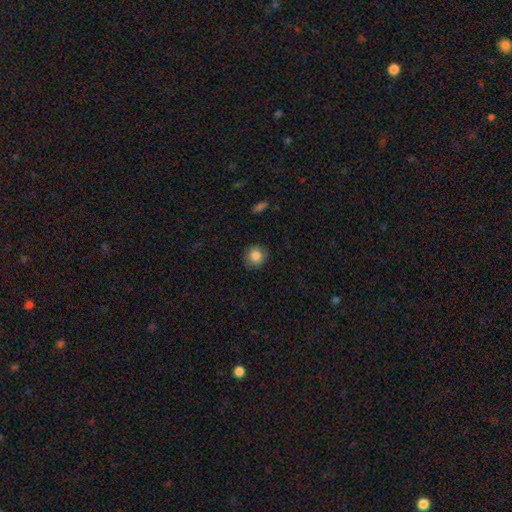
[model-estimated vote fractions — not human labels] Smooth or featured? Predicted: smooth (p=0.84). How rounded? Predicted: round (p=0.87). Merging? Predicted: none (p=0.87).